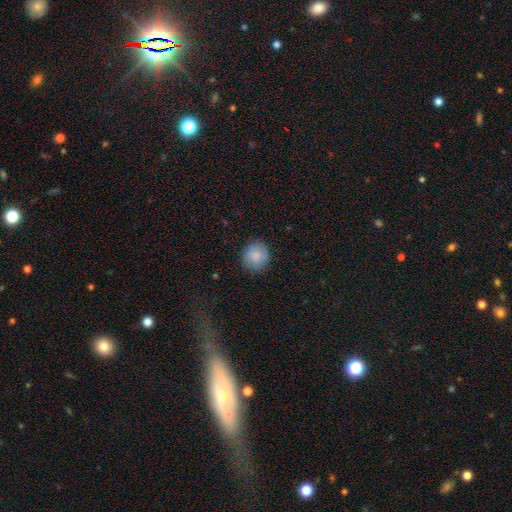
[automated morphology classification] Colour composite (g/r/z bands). It shows a smooth galaxy with no disk features (82%) that is round (85%). Merging: none (85%).